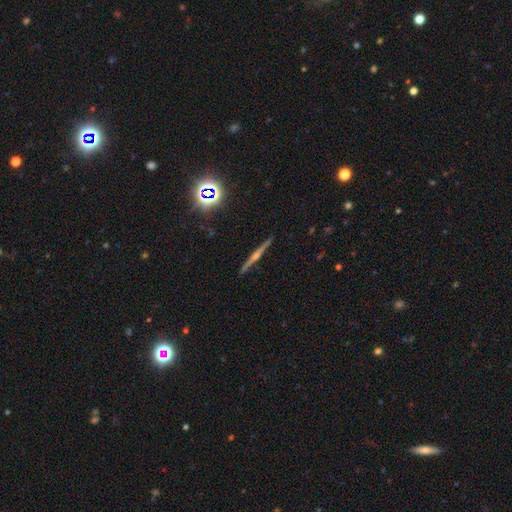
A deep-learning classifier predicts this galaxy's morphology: smooth_or_featured: featured or disk (p=0.75) [alt: smooth p=0.13]
disk_edge_on: yes (p=0.98) [alt: no p=0.02]
edge_on_bulge: rounded (p=0.82) [alt: none p=0.10]
merging: none (p=0.92) [alt: minor disturbance p=0.06]